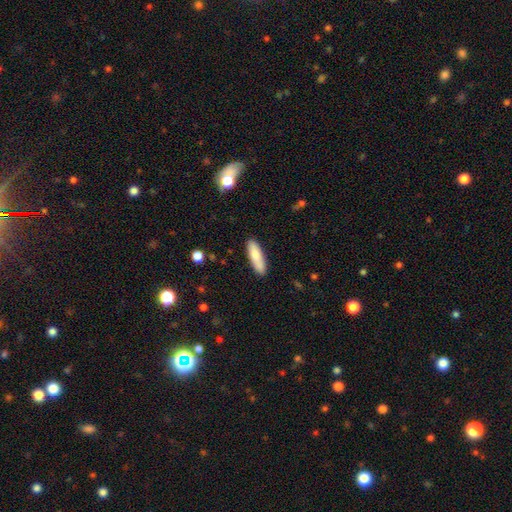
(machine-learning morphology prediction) This appears to be a smooth galaxy with no disk features (82%) that is cigar-shaped (61%). Merging: none (86%).